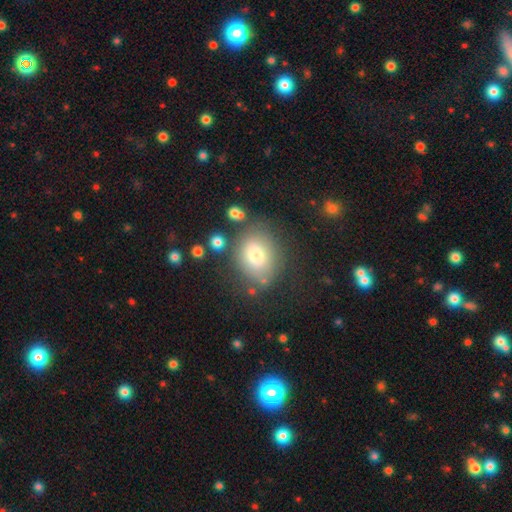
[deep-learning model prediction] Smooth or featured? smooth (76%)
How rounded? round (53%)
Merging? none (72%)